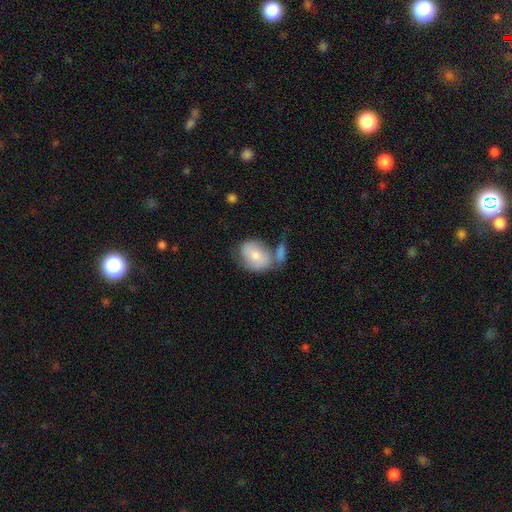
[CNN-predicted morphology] Smooth or featured?
  - smooth: 68% *
  - featured or disk: 26%
  - star or artifact: 6%
How rounded?
  - in between: 68% *
  - round: 31%
  - cigar-shaped: 1%
Merging?
  - merger: 36% *
  - none: 34%
  - minor disturbance: 19%
  - major disturbance: 11%